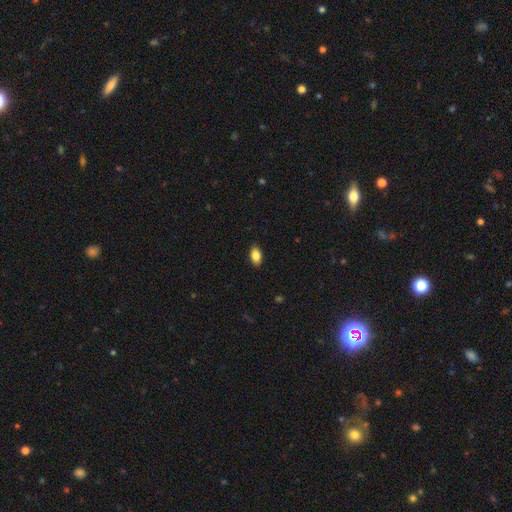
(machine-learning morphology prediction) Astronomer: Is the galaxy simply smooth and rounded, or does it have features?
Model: smooth — 84%.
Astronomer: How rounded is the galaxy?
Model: in between — 91%.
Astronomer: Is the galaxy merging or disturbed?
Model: none — 88%.